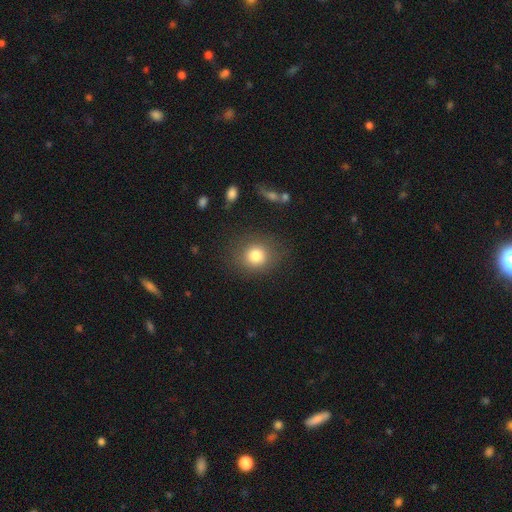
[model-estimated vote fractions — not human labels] This is clearly a smooth galaxy (81%). How rounded: likely round (77%). Merging: clearly none (82%).